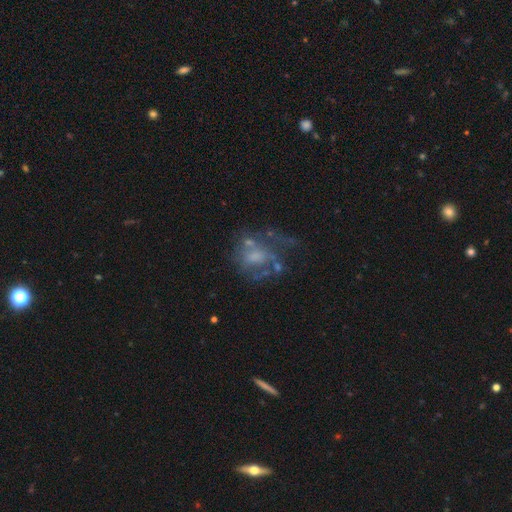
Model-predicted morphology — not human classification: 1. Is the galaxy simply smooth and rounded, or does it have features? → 60% featured or disk, 27% smooth, 13% star or artifact.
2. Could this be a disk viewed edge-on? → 97% no, 3% yes.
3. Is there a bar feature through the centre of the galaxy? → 74% no, 22% weak, 4% strong.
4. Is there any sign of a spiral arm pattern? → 60% no, 40% yes.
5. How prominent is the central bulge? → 34% moderate, 29% none, 28% small, 7% large, 2% dominant.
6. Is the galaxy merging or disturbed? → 35% major disturbance, 34% none, 19% minor disturbance, 11% merger.